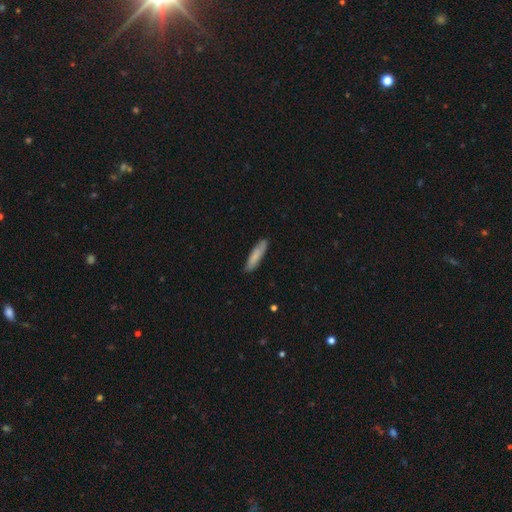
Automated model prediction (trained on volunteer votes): smooth_or_featured: smooth (p=0.76) [alt: featured or disk p=0.18]
how_rounded: cigar-shaped (p=0.79) [alt: in between p=0.19]
merging: none (p=0.83) [alt: minor disturbance p=0.13]